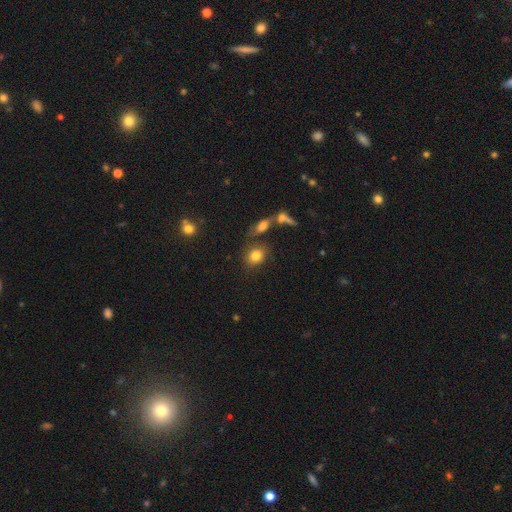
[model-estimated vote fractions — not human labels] Smooth or featured: smooth — 81% (star or artifact — 11%)
How rounded: round — 51% (in between — 47%)
Merging: none — 68% (minor disturbance — 14%)